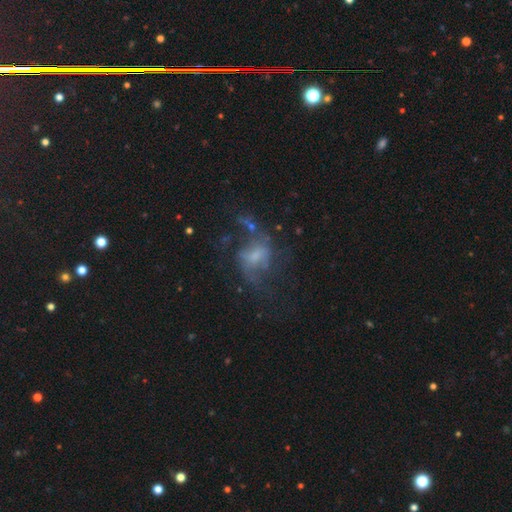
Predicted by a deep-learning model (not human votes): smooth-or-featured: featured or disk: 59% | smooth: 27% | star or artifact: 14%
  disk-edge-on: no: 97% | yes: 3%
    bar: no: 48% | weak: 41% | strong: 10%
    has-spiral-arms: yes: 62% | no: 38%
    bulge-size: small: 38% | moderate: 34% | none: 19% | large: 7% | dominant: 2%
  merging: none: 39% | major disturbance: 37% | minor disturbance: 18% | merger: 6%